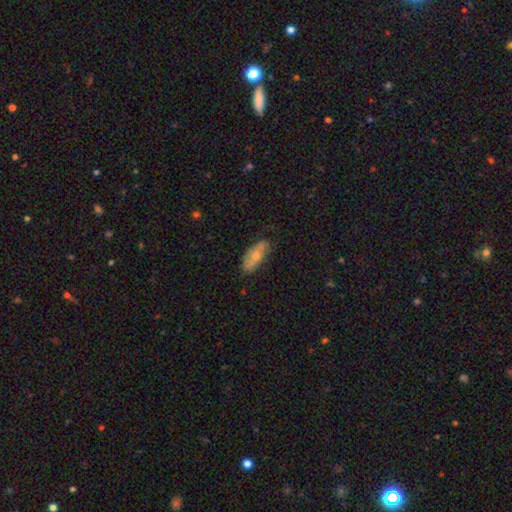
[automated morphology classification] A smooth galaxy with no disk features (47%). Merging: none (77%).